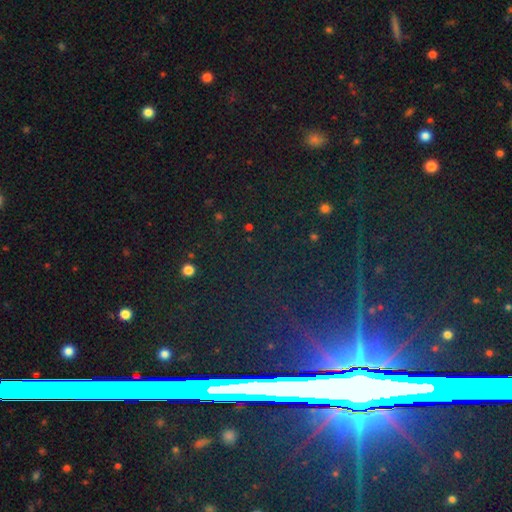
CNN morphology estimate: This is likely a star or artifact rather than a galaxy (77%).